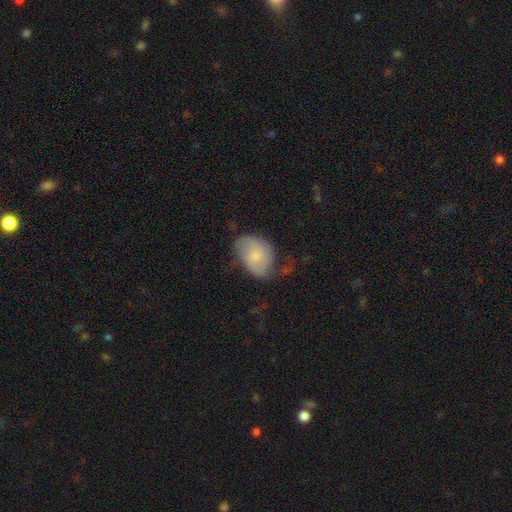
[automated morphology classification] Overall: smooth (55%; featured or disk 38%). How rounded: in between (78%). Merging: none (44%; minor disturbance 33%).